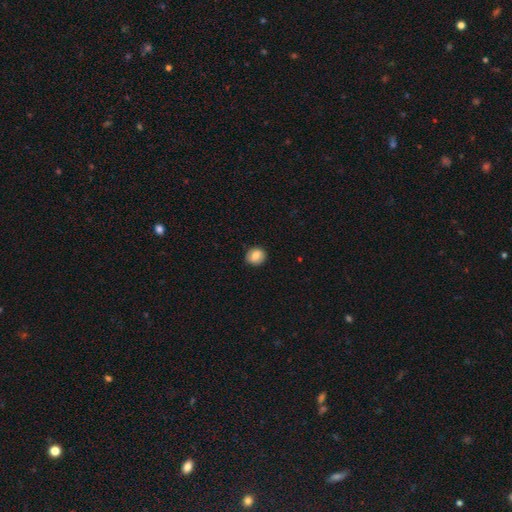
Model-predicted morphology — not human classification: Overall: smooth (78%). How rounded: round (77%). Merging: none (87%).